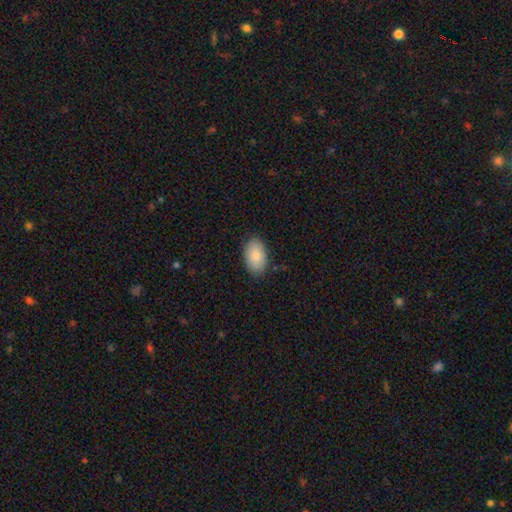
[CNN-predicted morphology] This appears to be a smooth galaxy with no disk features (83%) that is in between round and cigar-shaped (93%). Merging: none (85%).